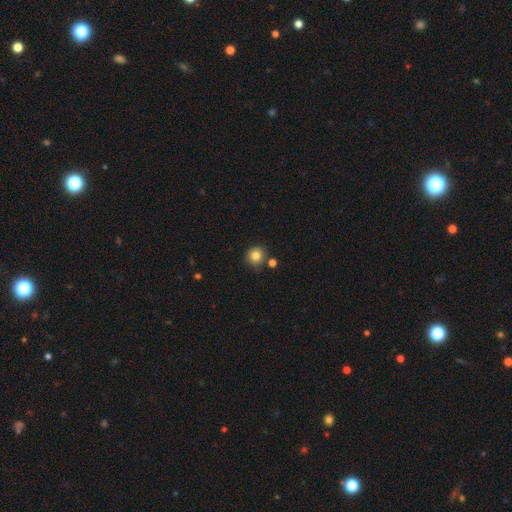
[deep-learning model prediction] The model was most divided on "merging": none: 78%, minor disturbance: 11%, merger: 9%, major disturbance: 3%. More confident: how rounded — round (92%); smooth or featured — smooth (82%).